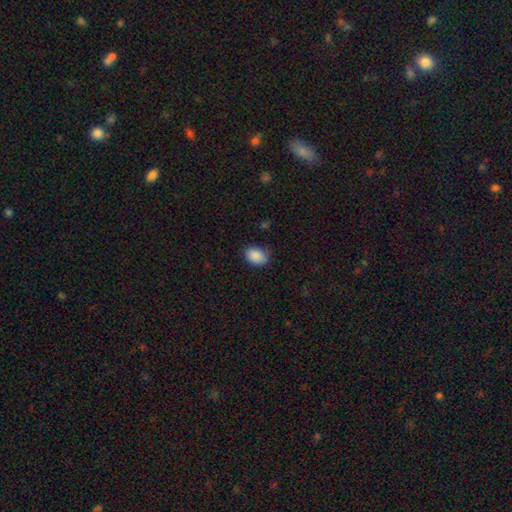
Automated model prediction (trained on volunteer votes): Morphology: type=smooth (89%); roundness=in between (81%); merging=none (79%).